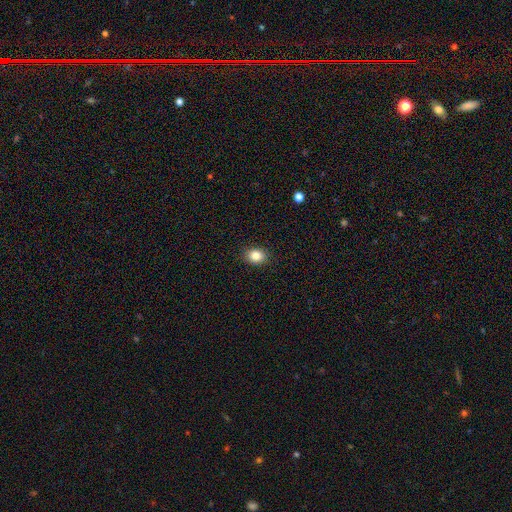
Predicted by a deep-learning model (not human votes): Overall: smooth (84%). How rounded: in between (52%; round 47%). Merging: none (90%).